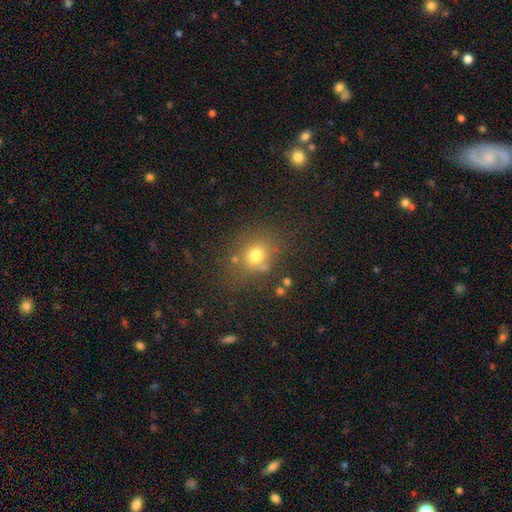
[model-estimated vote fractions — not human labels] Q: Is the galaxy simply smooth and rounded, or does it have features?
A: smooth — 72%.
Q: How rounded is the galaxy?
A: round — 68%.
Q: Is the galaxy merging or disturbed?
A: none — 70%.